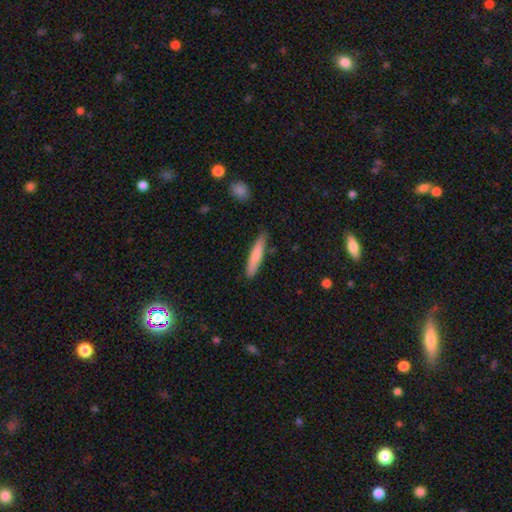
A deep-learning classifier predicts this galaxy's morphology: A smooth galaxy with no disk features (77%) that is cigar-shaped (90%). Merging: none (86%).